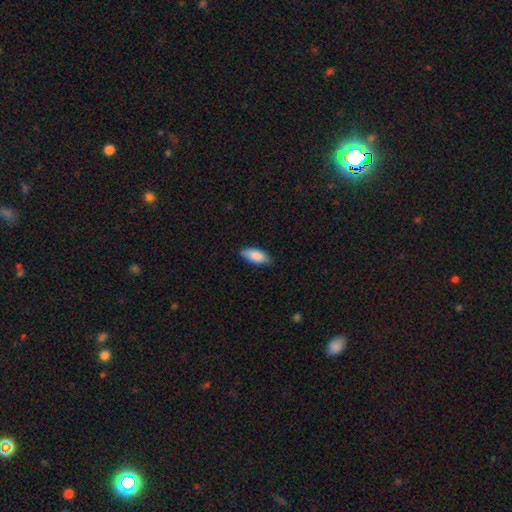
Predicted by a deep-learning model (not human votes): Overall: smooth (87%). How rounded: in between (87%). Merging: none (81%).